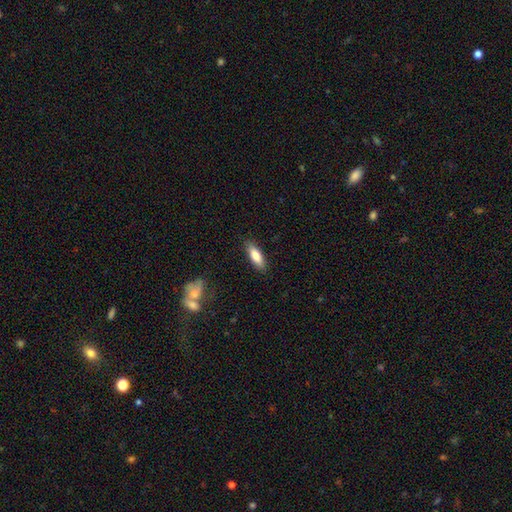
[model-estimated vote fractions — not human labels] A smooth galaxy with no disk features (80%) that is in between round and cigar-shaped (57%). Merging: none (86%).